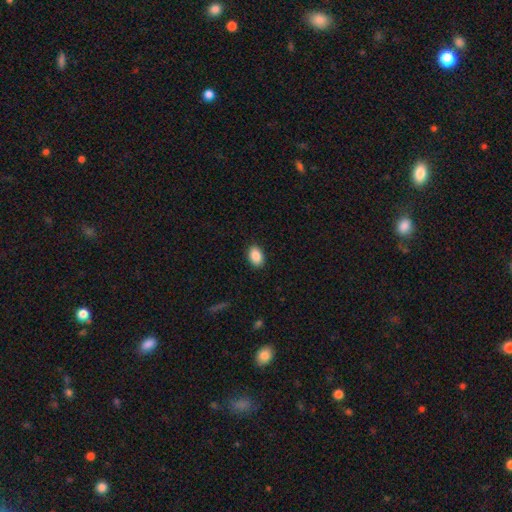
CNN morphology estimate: This appears to be a smooth galaxy with no disk features (88%) that is in between round and cigar-shaped (86%). Merging: none (89%).